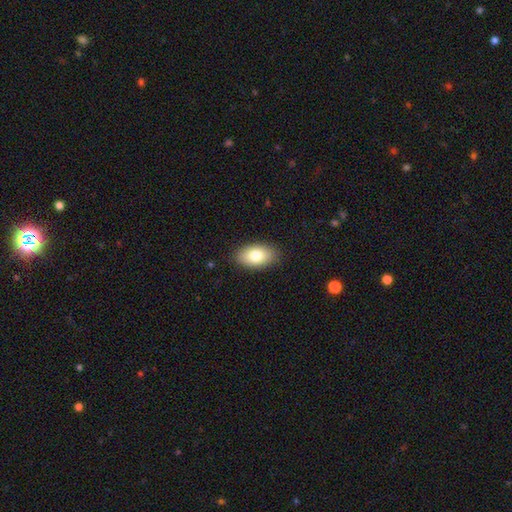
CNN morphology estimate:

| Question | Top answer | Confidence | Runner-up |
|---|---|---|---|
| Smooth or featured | smooth | 80% | featured or disk (13%) |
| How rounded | in between | 93% | round (5%) |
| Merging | none | 87% | minor disturbance (10%) |